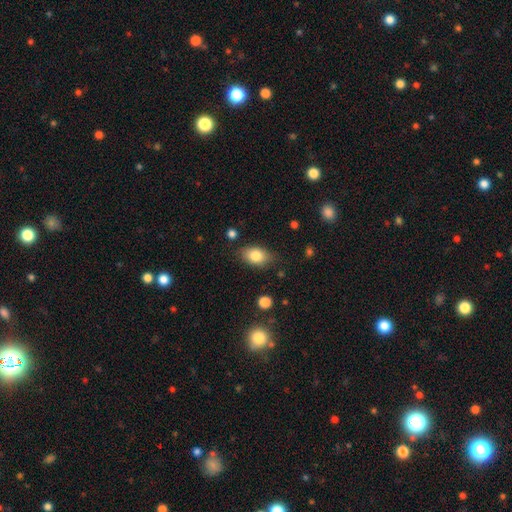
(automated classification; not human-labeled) A smooth galaxy with no disk features (82%) that is in between round and cigar-shaped (85%). Merging: none (79%).